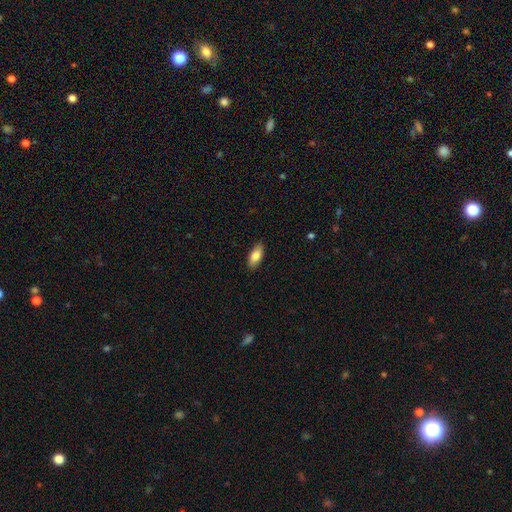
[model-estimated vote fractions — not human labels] Q: Smooth or featured?
A: smooth (83%); runner-up: featured or disk (11%)
Q: How rounded?
A: in between (86%); runner-up: cigar-shaped (12%)
Q: Merging?
A: none (88%); runner-up: minor disturbance (10%)